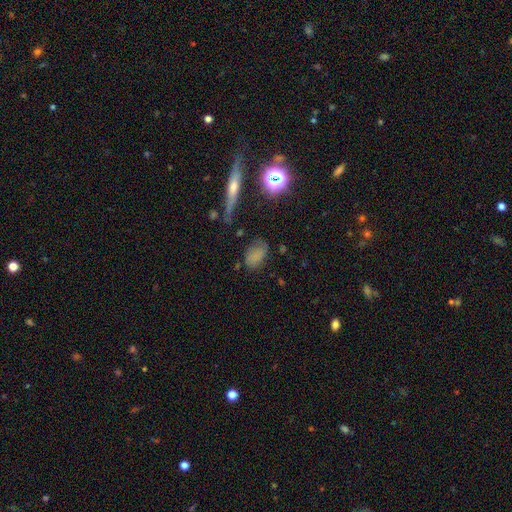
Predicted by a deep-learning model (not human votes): This is likely a smooth galaxy (67%). How rounded: clearly in between (82%). Merging: possibly none (58%).